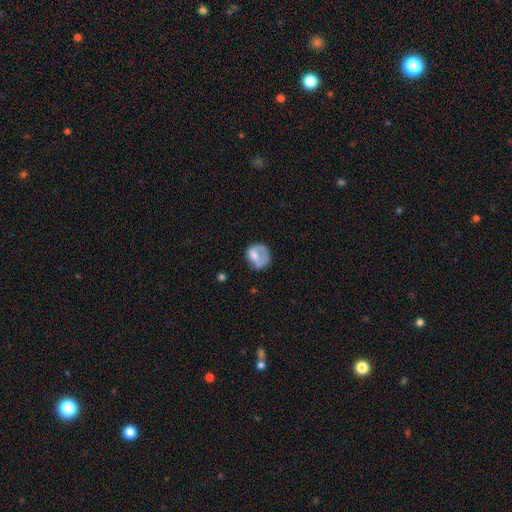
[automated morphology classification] A smooth galaxy with no disk features (62%) that is round (71%).

Vote fractions:
- Smooth or featured? smooth: 62% / featured or disk: 31% / star or artifact: 8%
- How rounded? round: 71% / in between: 28% / cigar-shaped: 1%
- Merging? none: 43% / major disturbance: 27% / minor disturbance: 25% / merger: 5%